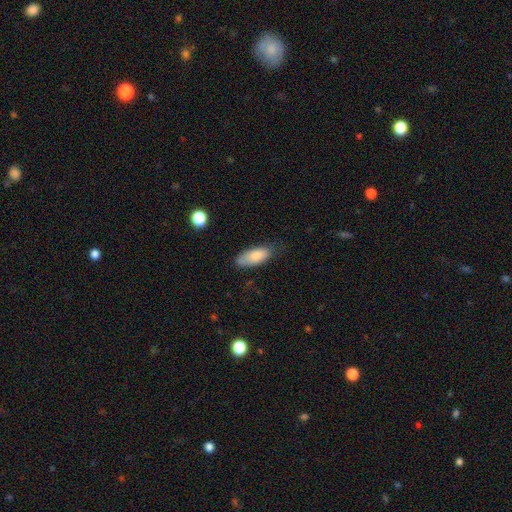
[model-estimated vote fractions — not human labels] Smooth or featured? Predicted: smooth (p=0.81). How rounded? Predicted: in between (p=0.83). Merging? Predicted: none (p=0.67).